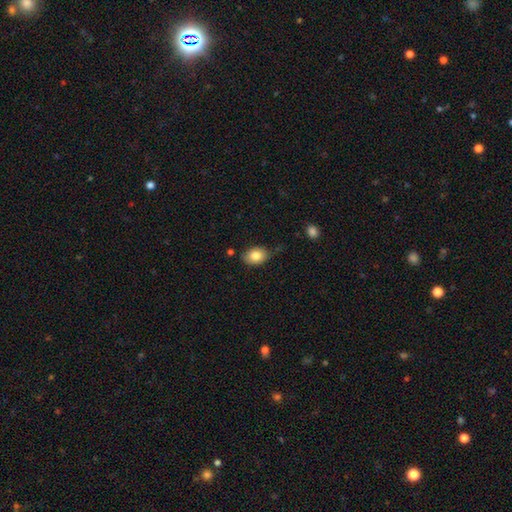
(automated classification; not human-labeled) This is clearly a smooth galaxy (84%). How rounded: likely in between (78%). Merging: likely none (72%).